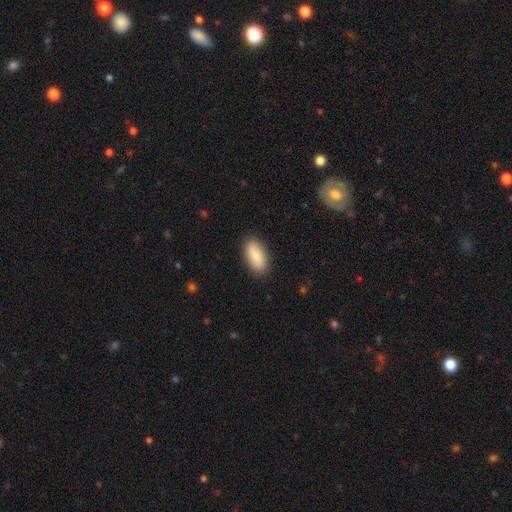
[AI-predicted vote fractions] Smooth or featured: smooth — 81% (featured or disk — 13%)
How rounded: in between — 89% (cigar-shaped — 8%)
Merging: none — 88% (minor disturbance — 9%)